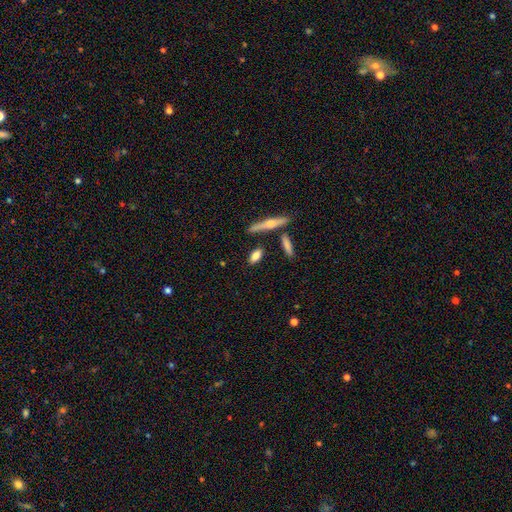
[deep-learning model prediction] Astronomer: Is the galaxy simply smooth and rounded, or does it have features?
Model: smooth — 77%.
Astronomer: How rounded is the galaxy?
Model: in between — 71%.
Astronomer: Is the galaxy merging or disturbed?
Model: none — 80%.